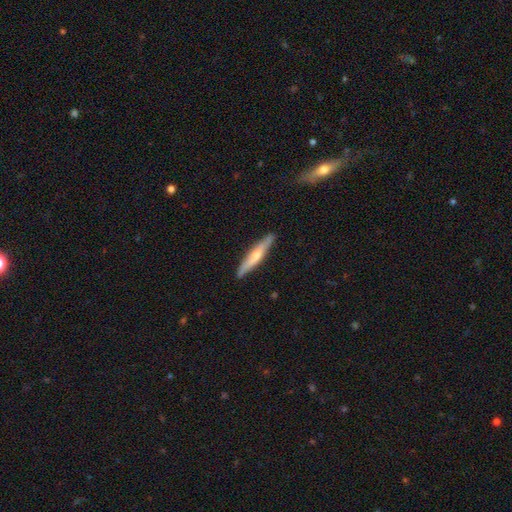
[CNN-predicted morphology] Smooth or featured? Predicted: featured or disk (p=0.49). Merging? Predicted: none (p=0.87).